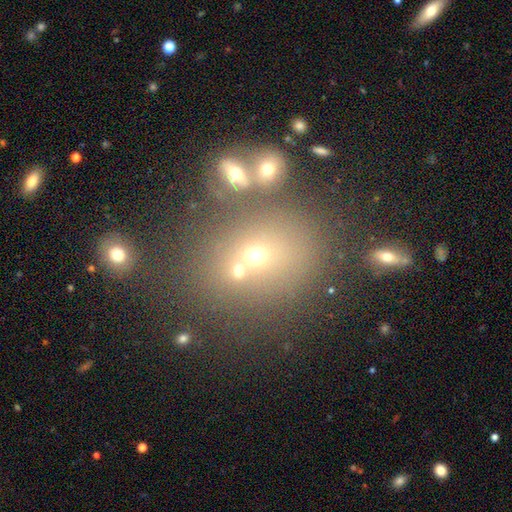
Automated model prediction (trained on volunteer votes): smooth 54%, star or artifact 28%, featured or disk 17%. Down the decision tree: how rounded — round (65%); merging — none (53%).